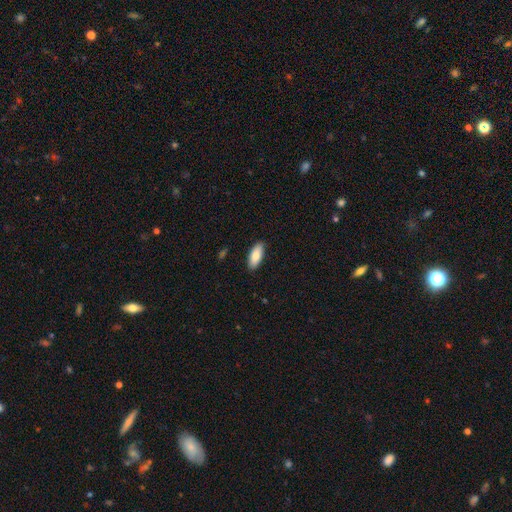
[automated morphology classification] smooth_or_featured: smooth (p=0.83) [alt: featured or disk p=0.11]
how_rounded: in between (p=0.84) [alt: cigar-shaped p=0.14]
merging: none (p=0.87) [alt: minor disturbance p=0.10]